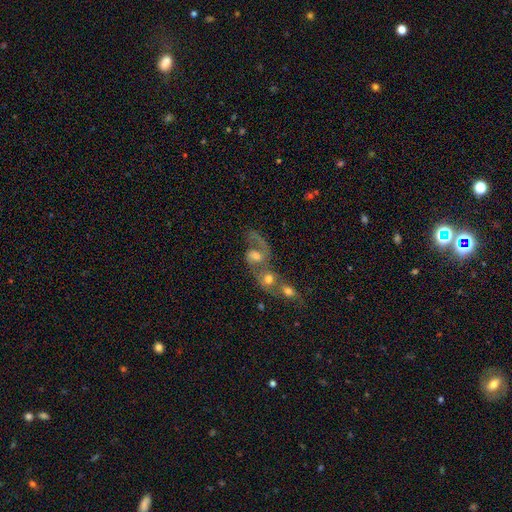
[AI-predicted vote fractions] Smooth or featured? Predicted: featured or disk (p=0.59). Edge-on disk? Predicted: no (p=0.96). Bar? Predicted: no (p=0.65). Spiral arms? Predicted: yes (p=0.74). Bulge size? Predicted: moderate (p=0.53). Merging? Predicted: merger (p=0.72).